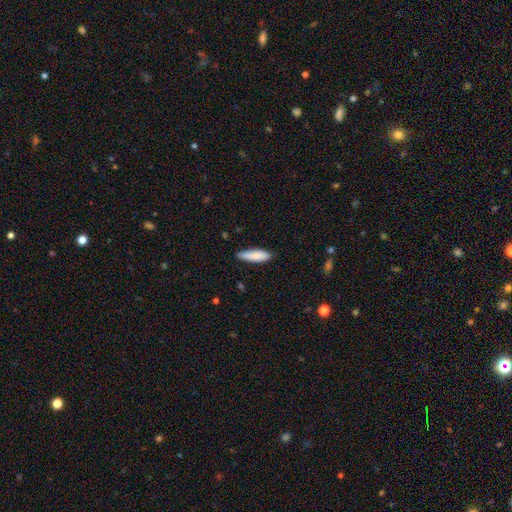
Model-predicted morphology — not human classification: A smooth galaxy with no disk features (83%) that is cigar-shaped (52%). Merging: none (81%).